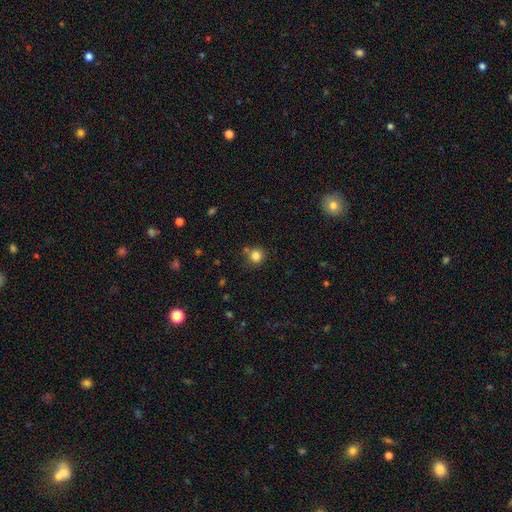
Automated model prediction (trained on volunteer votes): A smooth galaxy with no disk features (83%) that is round (89%).

Vote fractions:
- Smooth or featured? smooth: 83% / star or artifact: 12% / featured or disk: 5%
- How rounded? round: 89% / in between: 10% / cigar-shaped: 1%
- Merging? none: 76% / minor disturbance: 11% / merger: 9% / major disturbance: 3%